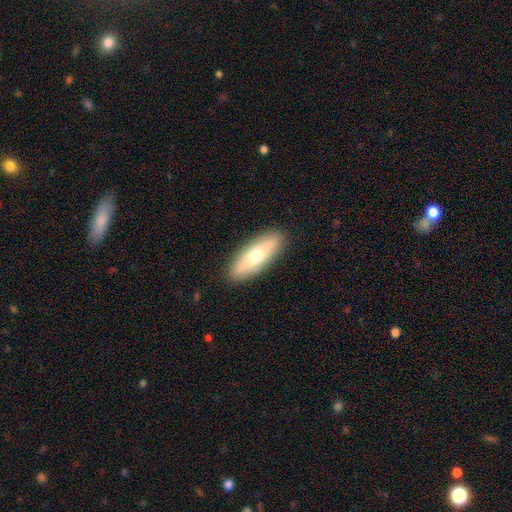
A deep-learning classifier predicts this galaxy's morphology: Q: Smooth or featured?
A: smooth (62%); runner-up: featured or disk (33%)
Q: How rounded?
A: in between (68%); runner-up: cigar-shaped (29%)
Q: Merging?
A: none (89%); runner-up: minor disturbance (8%)